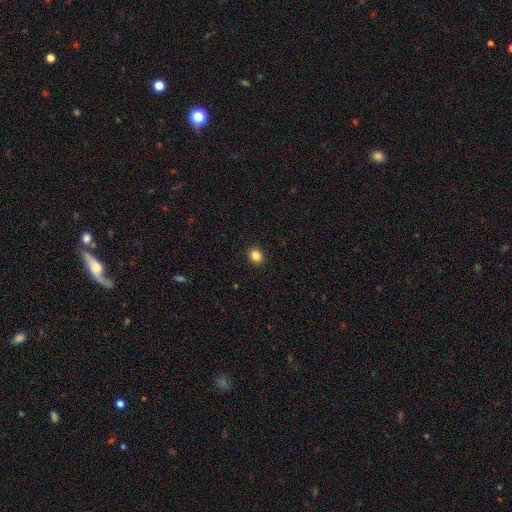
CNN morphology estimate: The model was most divided on "how rounded": round: 68%, in between: 31%, cigar-shaped: 1%. More confident: merging — none (92%); smooth or featured — smooth (85%).